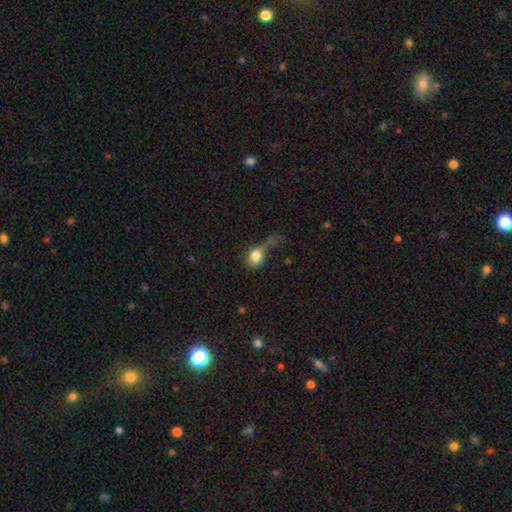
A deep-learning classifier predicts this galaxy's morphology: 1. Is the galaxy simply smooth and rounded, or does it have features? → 74% smooth, 18% featured or disk, 9% star or artifact.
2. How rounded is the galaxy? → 51% in between, 45% round, 3% cigar-shaped.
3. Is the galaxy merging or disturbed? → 57% major disturbance, 18% minor disturbance, 18% none, 7% merger.